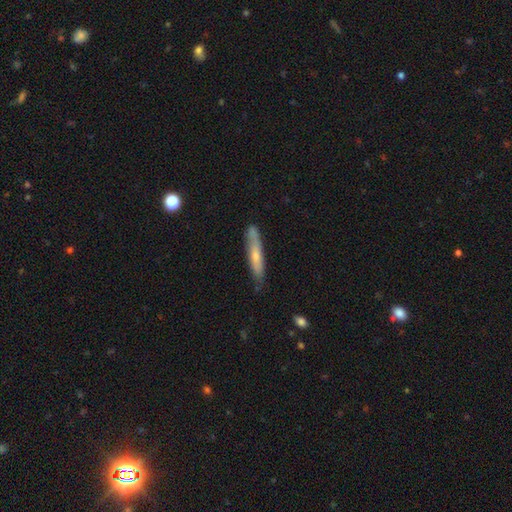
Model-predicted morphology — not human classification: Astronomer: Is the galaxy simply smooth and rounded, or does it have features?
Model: smooth — 56% (runner-up: featured or disk, 38%).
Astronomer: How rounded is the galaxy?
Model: cigar-shaped — 89%.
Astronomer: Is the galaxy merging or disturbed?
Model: none — 73%.